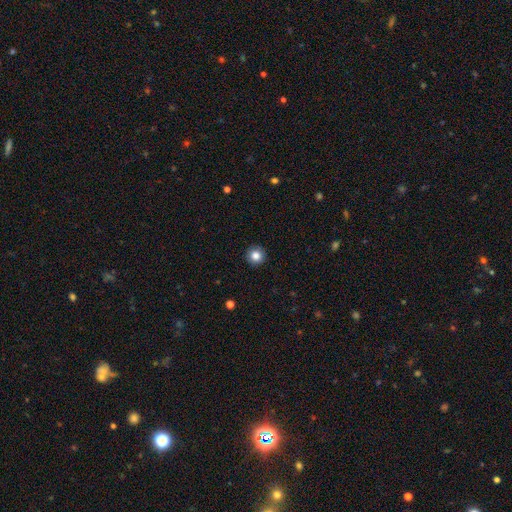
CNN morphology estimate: Smooth or featured: smooth — 84% (star or artifact — 10%)
How rounded: round — 95% (in between — 4%)
Merging: none — 92% (minor disturbance — 5%)